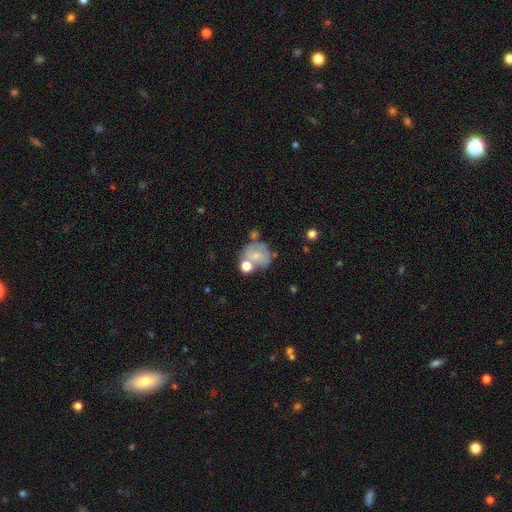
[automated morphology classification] smooth 52%, featured or disk 38%, star or artifact 10%. Down the decision tree: how rounded — round (69%); merging — none (38%).